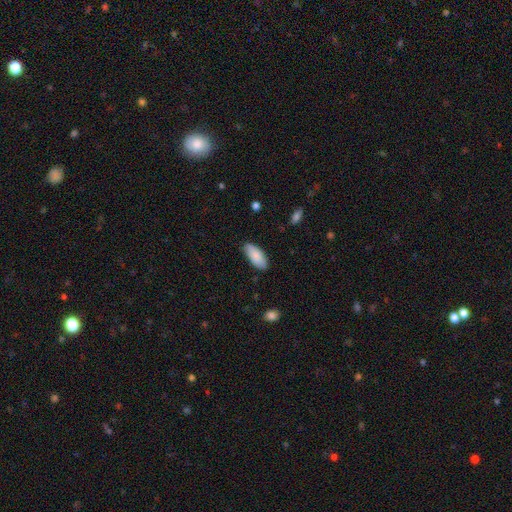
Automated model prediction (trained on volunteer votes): The model was most divided on "merging": none: 83%, minor disturbance: 14%, major disturbance: 2%, merger: 1%. More confident: smooth or featured — smooth (87%); how rounded — in between (85%).